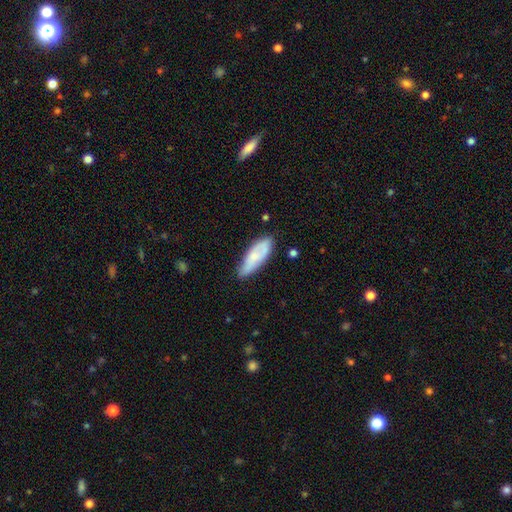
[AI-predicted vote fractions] smooth_or_featured: smooth (p=0.61) [alt: featured or disk p=0.33]
how_rounded: in between (p=0.66) [alt: cigar-shaped p=0.32]
merging: none (p=0.68) [alt: minor disturbance p=0.25]